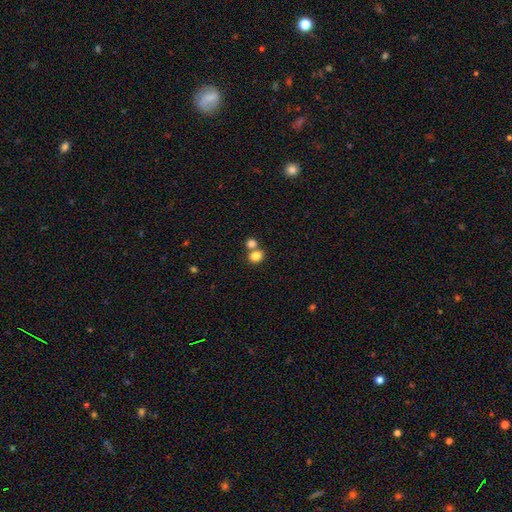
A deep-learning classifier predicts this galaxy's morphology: Smooth or featured? smooth (83%)
How rounded? round (55%)
Merging? none (47%)